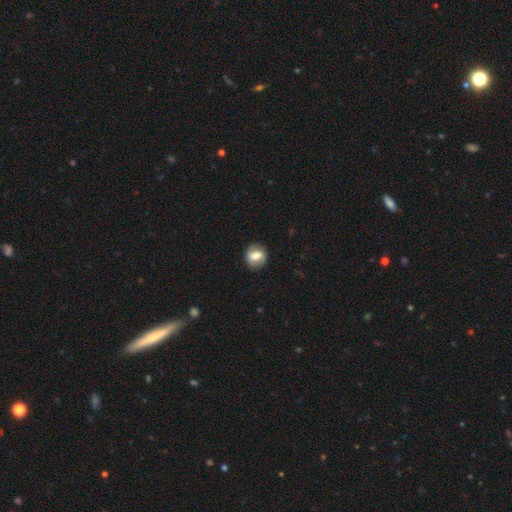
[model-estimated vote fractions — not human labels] Q: Smooth or featured?
A: featured or disk (46%); tied with: smooth (46%)
Q: Merging?
A: none (85%); runner-up: minor disturbance (11%)